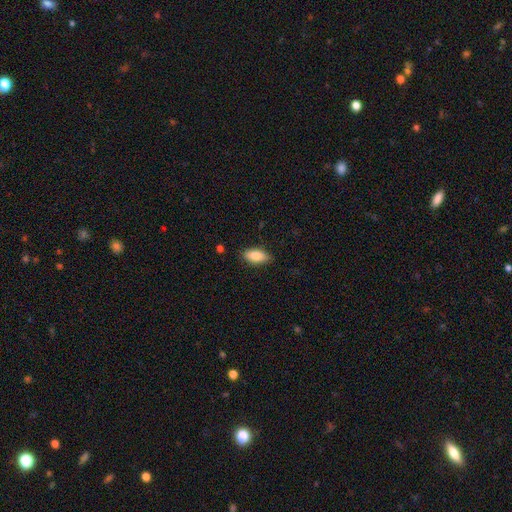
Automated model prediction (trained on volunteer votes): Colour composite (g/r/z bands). It shows a smooth galaxy with no disk features (86%) that is in between round and cigar-shaped (89%). Merging: none (84%).